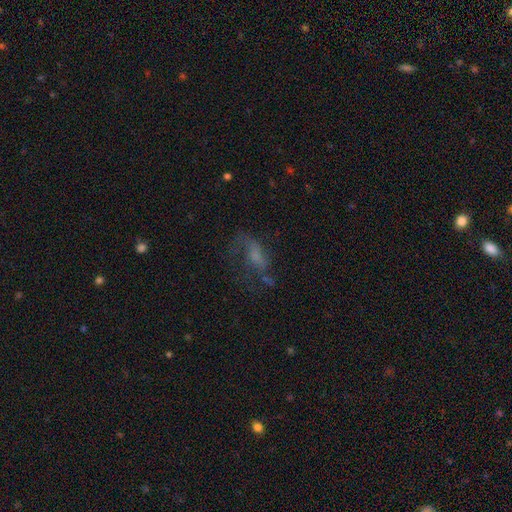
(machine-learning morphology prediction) Smooth or featured? Predicted: featured or disk (p=0.47). Merging? Predicted: none (p=0.38, tied with major disturbance).